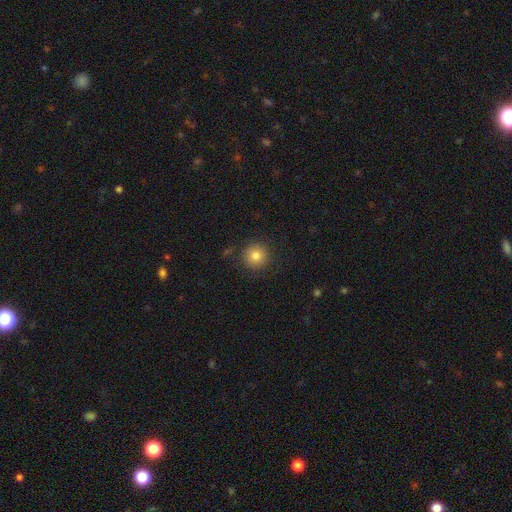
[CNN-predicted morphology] Smooth or featured?
  - smooth: 80% *
  - star or artifact: 12%
  - featured or disk: 8%
How rounded?
  - round: 95% *
  - in between: 4%
  - cigar-shaped: 1%
Merging?
  - none: 87% *
  - minor disturbance: 8%
  - major disturbance: 3%
  - merger: 2%